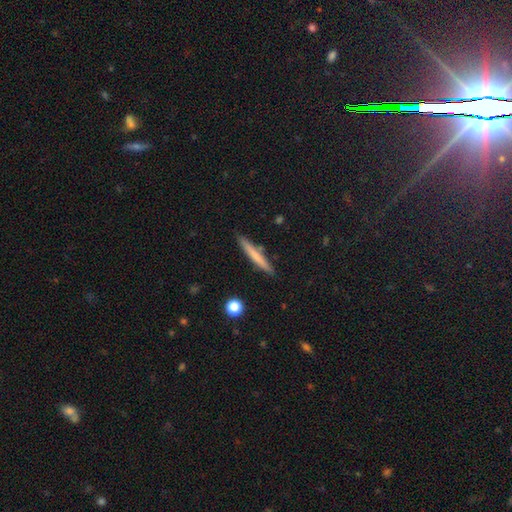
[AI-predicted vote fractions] Smooth or featured? smooth (66%)
How rounded? cigar-shaped (96%)
Merging? none (88%)